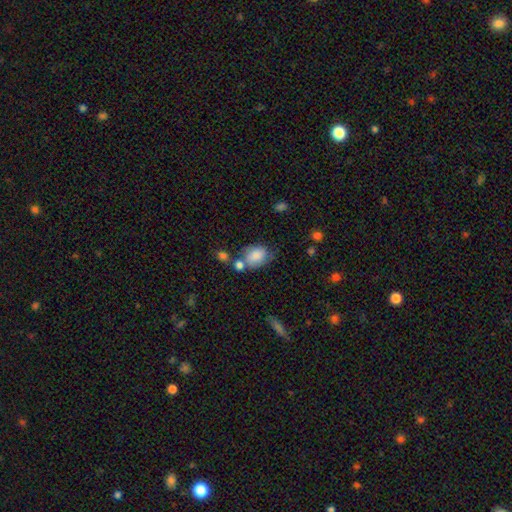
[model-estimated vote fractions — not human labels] smooth-or-featured: smooth: 79% | featured or disk: 13% | star or artifact: 8%
  how-rounded: in between: 65% | round: 34% | cigar-shaped: 1%
  merging: none: 45% | minor disturbance: 24% | merger: 21% | major disturbance: 10%